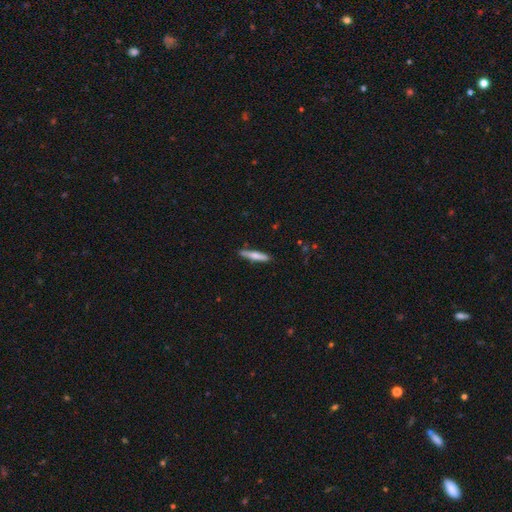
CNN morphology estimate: Smooth or featured? smooth (62%)
How rounded? cigar-shaped (90%)
Merging? none (86%)